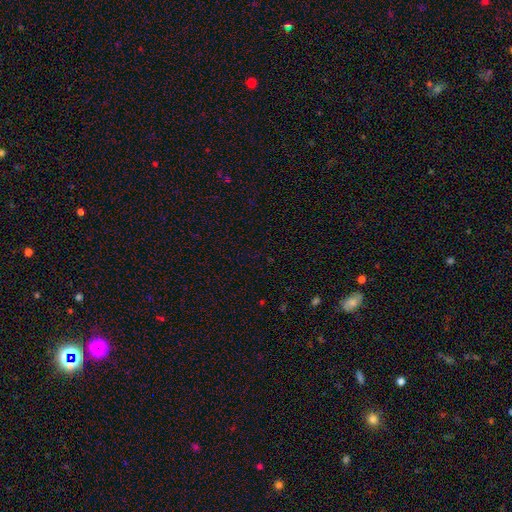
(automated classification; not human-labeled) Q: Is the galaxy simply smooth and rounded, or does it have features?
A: star or artifact — 68%.